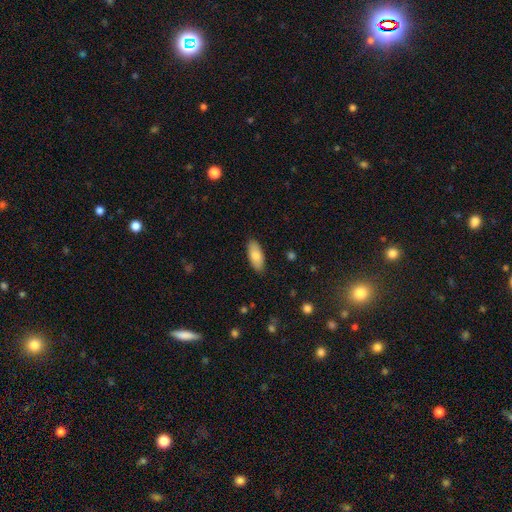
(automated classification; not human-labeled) Smooth or featured? smooth (83%)
How rounded? in between (85%)
Merging? none (87%)